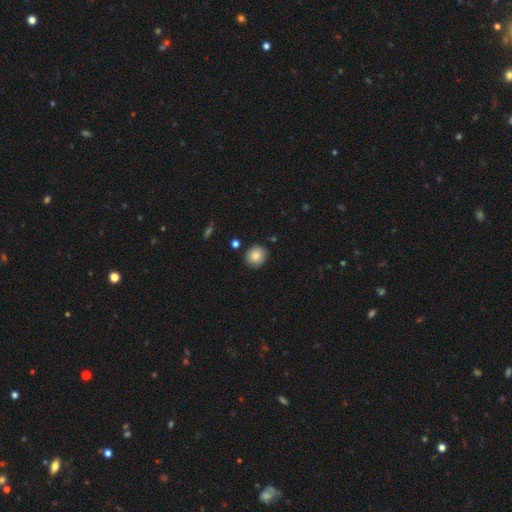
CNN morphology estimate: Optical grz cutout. It shows a smooth galaxy with no disk features (85%) that is round (87%). Merging: none (87%).